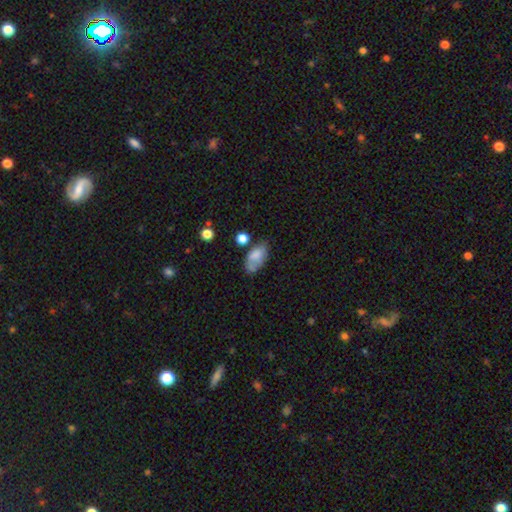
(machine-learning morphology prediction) Smooth or featured?
  - smooth: 75% *
  - featured or disk: 17%
  - star or artifact: 8%
How rounded?
  - in between: 93% *
  - round: 4%
  - cigar-shaped: 3%
Merging?
  - none: 53% *
  - minor disturbance: 27%
  - merger: 10%
  - major disturbance: 10%